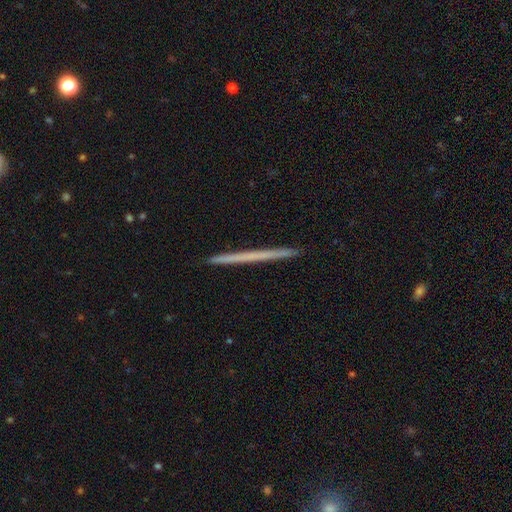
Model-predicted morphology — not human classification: Smooth or featured? featured or disk (52%)
Edge-on disk? yes (98%)
Edge-on bulge? none (93%)
Merging? none (93%)